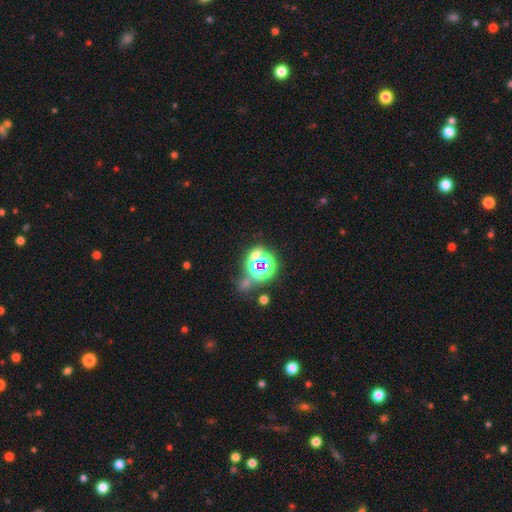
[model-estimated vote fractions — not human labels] Overall: star or artifact (67%).